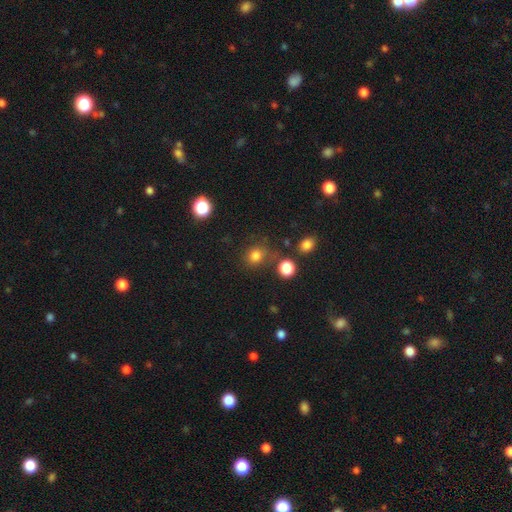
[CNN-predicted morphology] Q: Smooth or featured?
A: smooth (79%); runner-up: star or artifact (15%)
Q: How rounded?
A: round (78%); runner-up: in between (21%)
Q: Merging?
A: none (70%); runner-up: minor disturbance (15%)